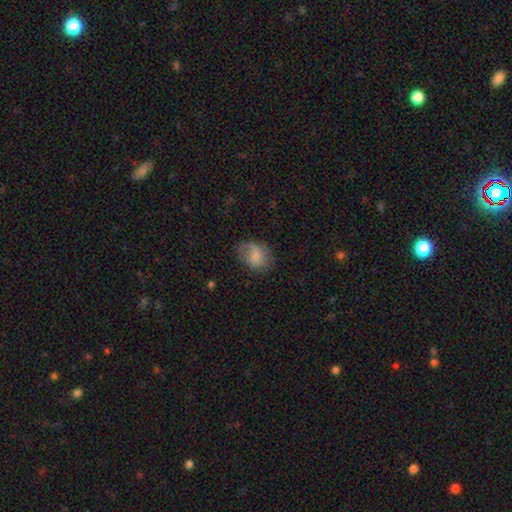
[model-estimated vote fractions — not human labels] This is likely a smooth galaxy (61%). How rounded: likely in between (64%). Merging: possibly none (56%).